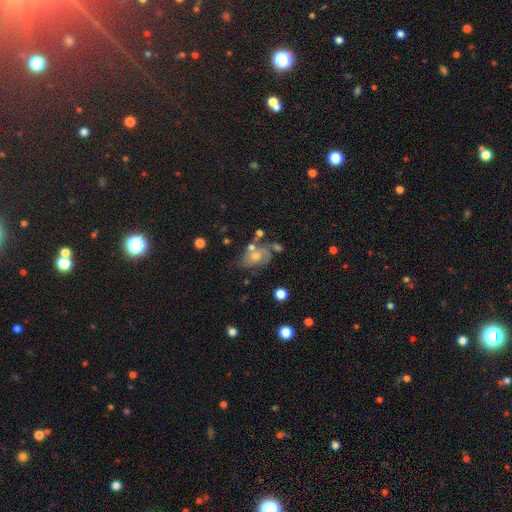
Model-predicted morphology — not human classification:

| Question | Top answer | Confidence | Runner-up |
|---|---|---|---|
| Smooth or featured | featured or disk | 63% | smooth (23%) |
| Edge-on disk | no | 96% | yes (4%) |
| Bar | no | 76% | weak (20%) |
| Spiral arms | yes | 80% | no (20%) |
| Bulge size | moderate | 58% | small (33%) |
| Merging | none | 46% | minor disturbance (23%) |